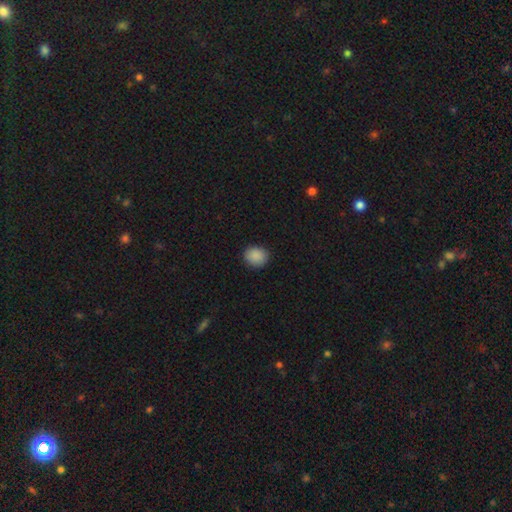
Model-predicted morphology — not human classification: smooth 89%, star or artifact 8%, featured or disk 3%. Down the decision tree: how rounded — round (71%); merging — none (88%).